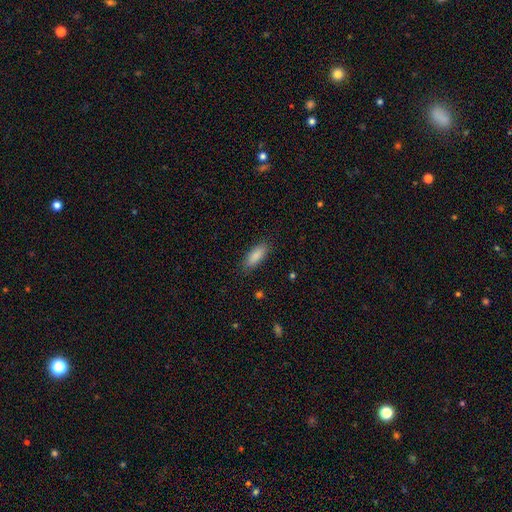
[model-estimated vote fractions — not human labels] A smooth galaxy with no disk features (88%) that is in between round and cigar-shaped (73%). Merging: none (85%).